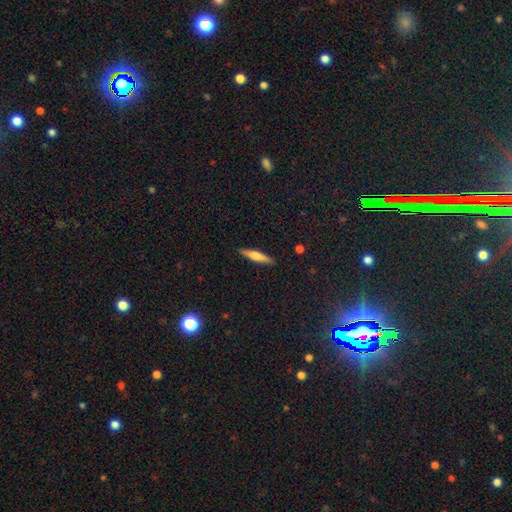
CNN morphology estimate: smooth 53%, featured or disk 40%, star or artifact 7%. Down the decision tree: how rounded — cigar-shaped (84%); merging — none (90%).